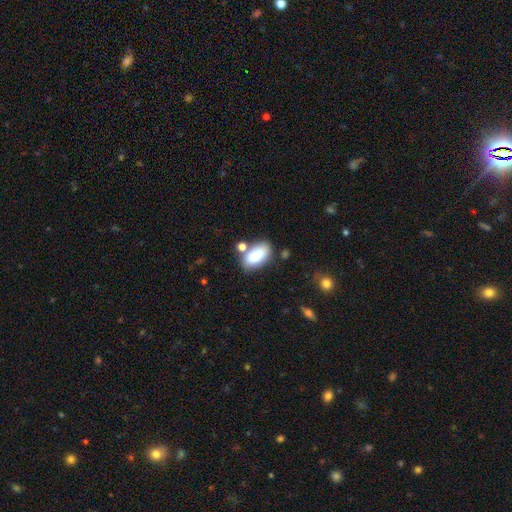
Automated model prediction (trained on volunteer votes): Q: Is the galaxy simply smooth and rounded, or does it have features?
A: smooth — 85%.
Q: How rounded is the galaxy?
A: in between — 93%.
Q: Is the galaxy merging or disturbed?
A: none — 61%.